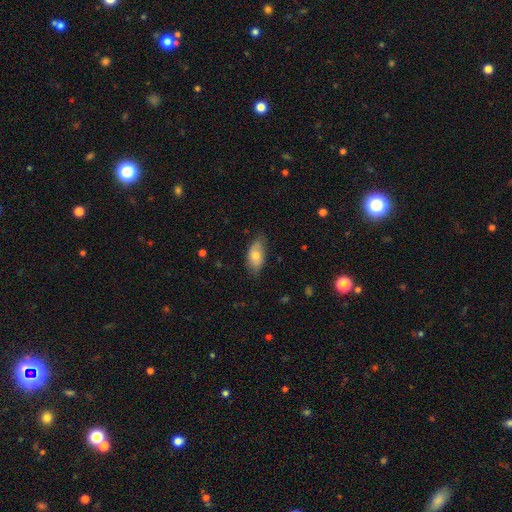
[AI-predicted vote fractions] This appears to be a smooth galaxy with no disk features (69%) that is in between round and cigar-shaped (91%). Merging: none (68%).